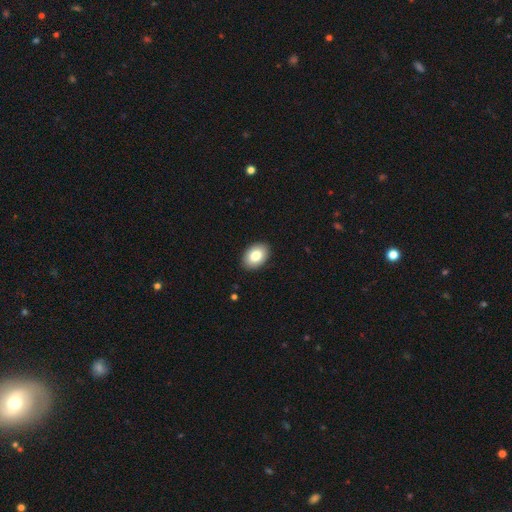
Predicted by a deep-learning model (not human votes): Smooth or featured? Predicted: smooth (p=0.83). How rounded? Predicted: in between (p=0.83). Merging? Predicted: none (p=0.90).